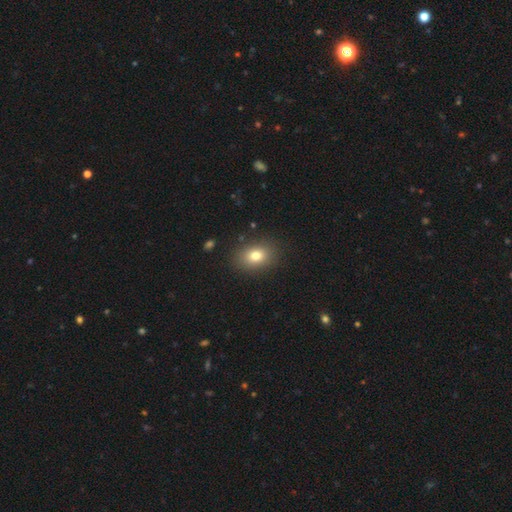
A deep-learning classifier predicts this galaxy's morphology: A smooth galaxy with no disk features (79%) that is in between round and cigar-shaped (71%). Merging: none (86%).